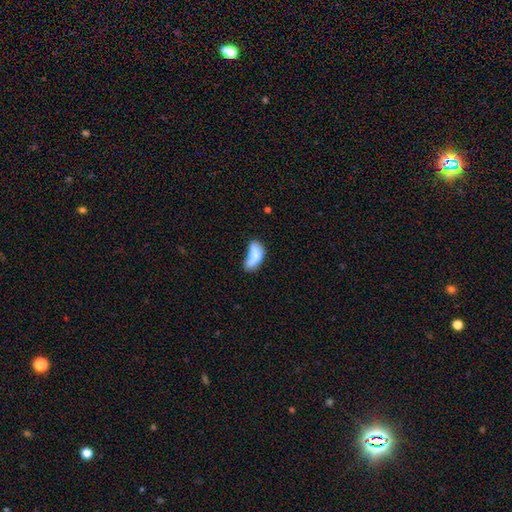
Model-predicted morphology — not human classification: Overall: smooth (71%). How rounded: in between (86%). Merging: minor disturbance (27%; none 26%).